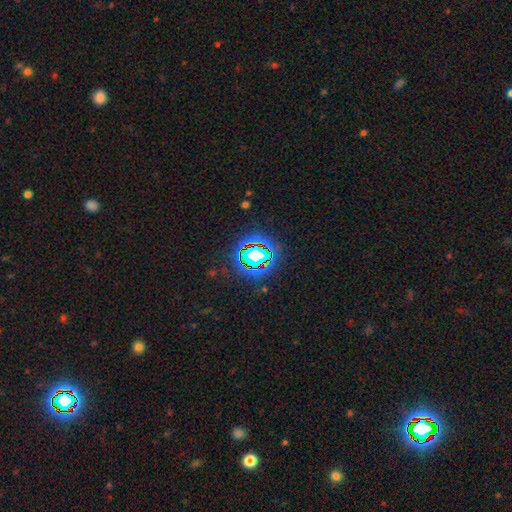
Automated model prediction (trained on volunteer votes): star or artifact 68%, smooth 19%, featured or disk 12%.